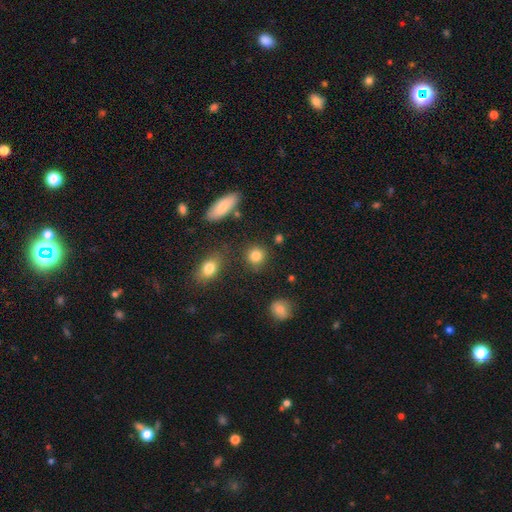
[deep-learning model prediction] This appears to be a smooth galaxy with no disk features (84%) that is round (87%). Merging: none (83%).